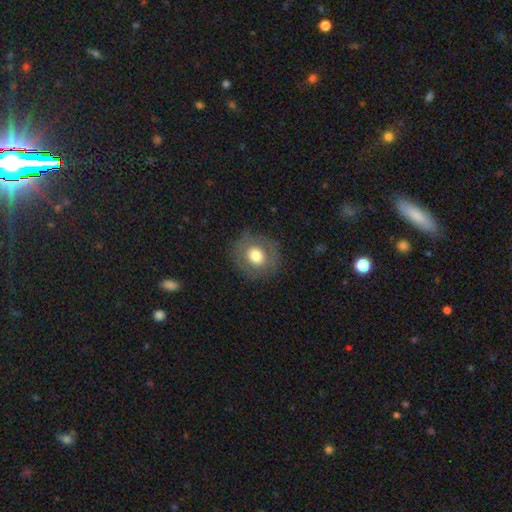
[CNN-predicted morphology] This is likely a smooth galaxy (65%). How rounded: clearly round (83%). Merging: clearly none (82%).